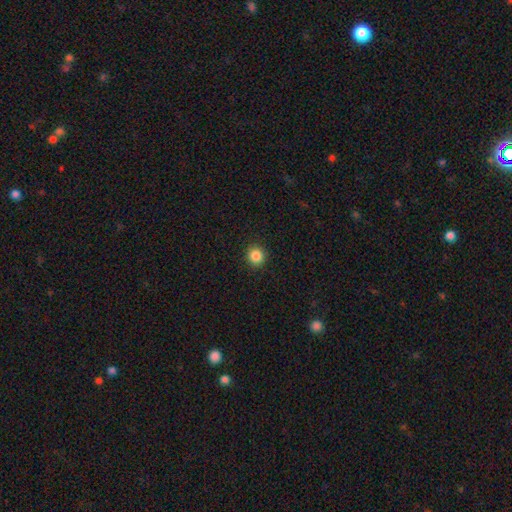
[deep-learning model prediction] This appears to be a smooth galaxy with no disk features (86%) that is round (93%). Merging: none (92%).